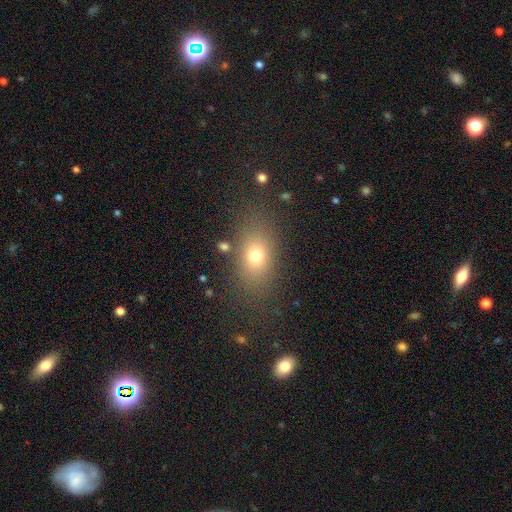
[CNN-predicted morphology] Smooth or featured: smooth — 71% (star or artifact — 15%)
How rounded: in between — 76% (round — 21%)
Merging: none — 80% (minor disturbance — 11%)